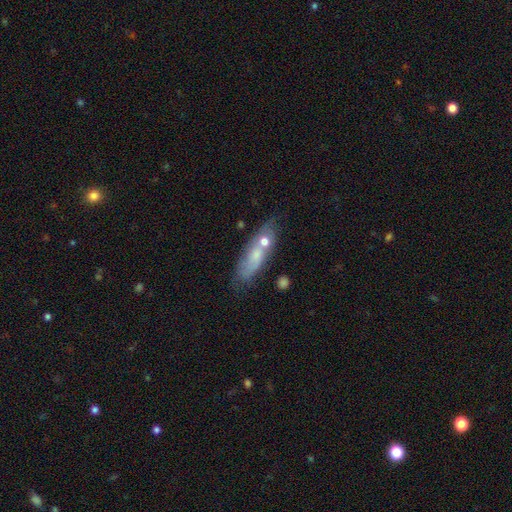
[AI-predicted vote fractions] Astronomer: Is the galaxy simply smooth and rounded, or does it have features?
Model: smooth — 54% (runner-up: featured or disk, 38%).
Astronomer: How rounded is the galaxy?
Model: in between — 51% (runner-up: cigar-shaped, 44%).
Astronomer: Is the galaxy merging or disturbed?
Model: none — 54%.